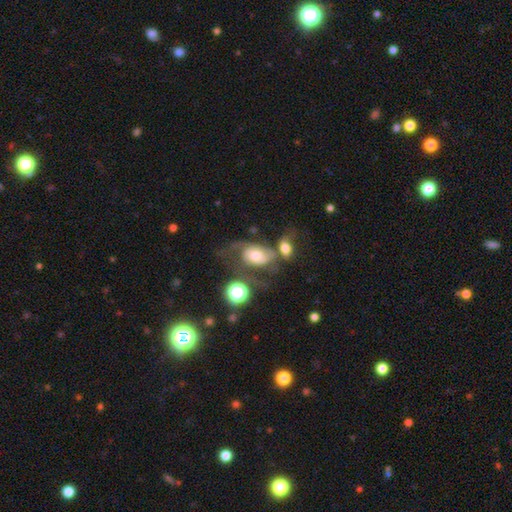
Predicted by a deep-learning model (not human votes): Smooth or featured?
  - featured or disk: 61% *
  - smooth: 29%
  - star or artifact: 10%
Edge-on disk?
  - no: 96% *
  - yes: 4%
Bar?
  - no: 68% *
  - weak: 26%
  - strong: 6%
Spiral arms?
  - yes: 82% *
  - no: 18%
Bulge size?
  - moderate: 52% *
  - small: 29%
  - large: 13%
  - none: 3%
  - dominant: 3%
Merging?
  - major disturbance: 30% *
  - merger: 29%
  - none: 24%
  - minor disturbance: 16%